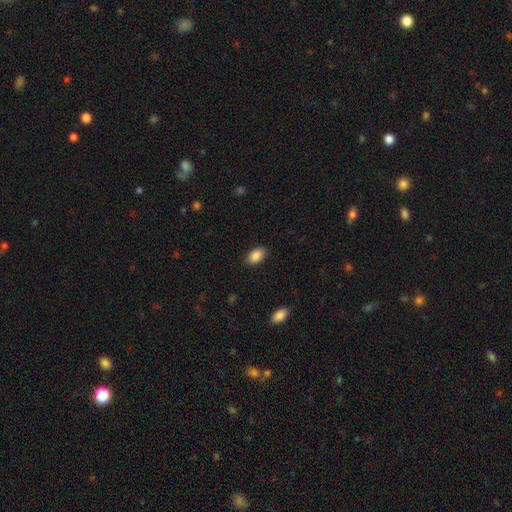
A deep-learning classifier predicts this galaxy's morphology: Smooth or featured? Predicted: smooth (p=0.88). How rounded? Predicted: in between (p=0.90). Merging? Predicted: none (p=0.86).